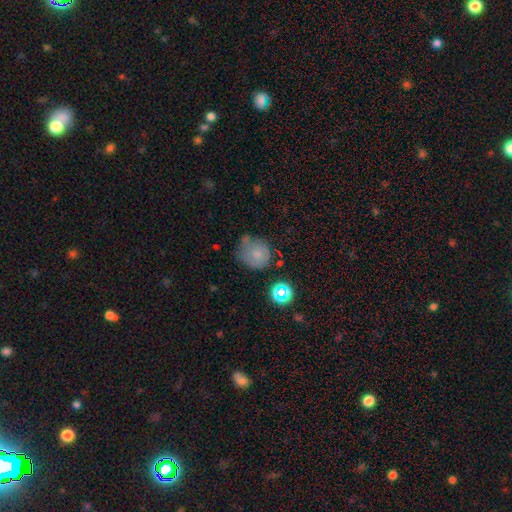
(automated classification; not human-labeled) The model was most divided on "merging": none: 50%, minor disturbance: 30%, major disturbance: 11%, merger: 9%. More confident: how rounded — round (85%); smooth or featured — smooth (72%).